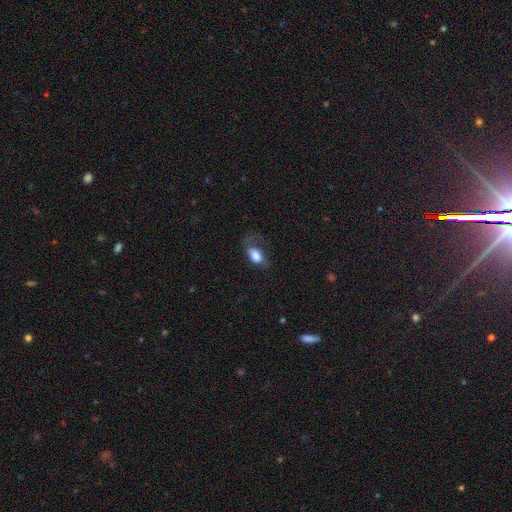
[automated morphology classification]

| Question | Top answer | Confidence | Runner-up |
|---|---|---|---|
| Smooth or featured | smooth | 77% | featured or disk (15%) |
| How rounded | in between | 89% | round (9%) |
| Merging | none | 38% | major disturbance (35%) |